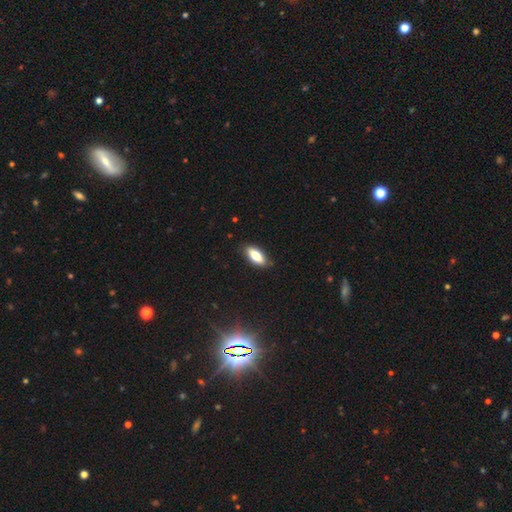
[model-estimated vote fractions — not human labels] smooth 80%, featured or disk 13%, star or artifact 7%. Down the decision tree: how rounded — in between (81%); merging — none (85%).